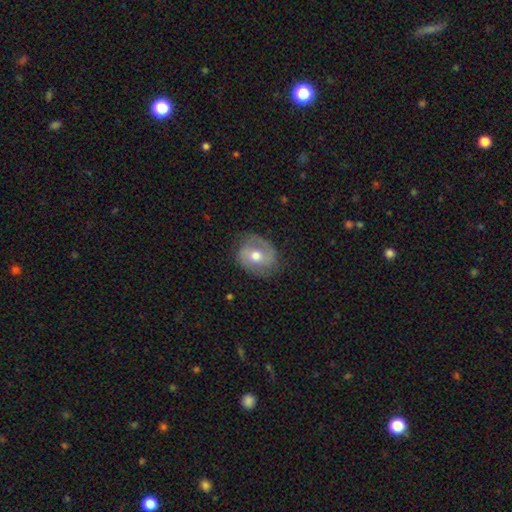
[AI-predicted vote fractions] The model was most divided on "bar": no: 48%, weak: 37%, strong: 15%. More confident: edge-on disk — no (96%); bulge size — moderate (77%); merging — none (74%); spiral arms — yes (69%); smooth or featured — featured or disk (55%).